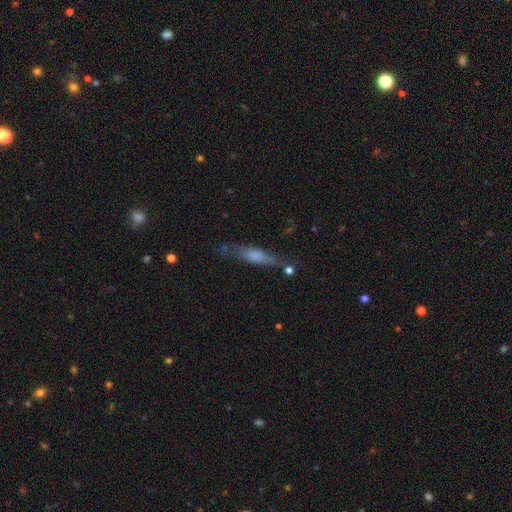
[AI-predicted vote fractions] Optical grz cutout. It shows a smooth galaxy with no disk features (59%) that is cigar-shaped (69%). Merging: none (59%).